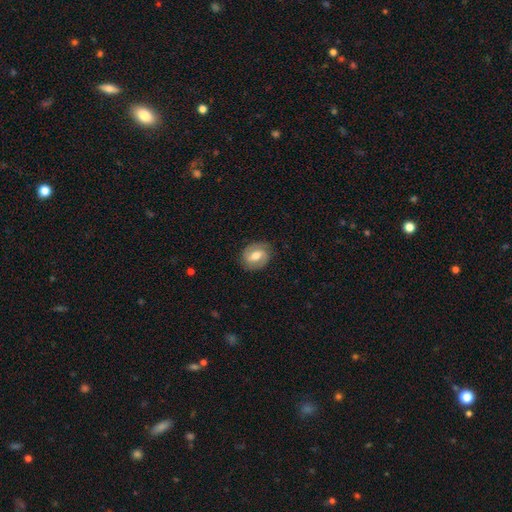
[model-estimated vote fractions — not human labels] The model was most divided on "spiral winding": medium: 46%, tight: 35%, loose: 18%. Remaining: edge-on disk — no (97%); spiral arm count — 2 (88%); spiral arms — yes (85%); merging — none (84%); bulge size — moderate (66%); smooth or featured — featured or disk (66%); bar — weak (48%).